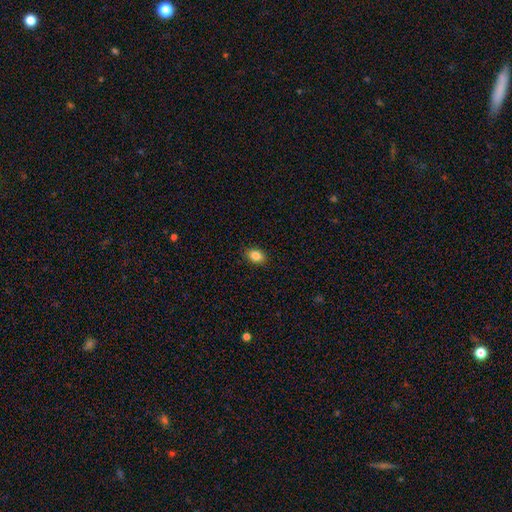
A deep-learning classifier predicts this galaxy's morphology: Overall: smooth (86%). How rounded: in between (75%). Merging: none (89%).